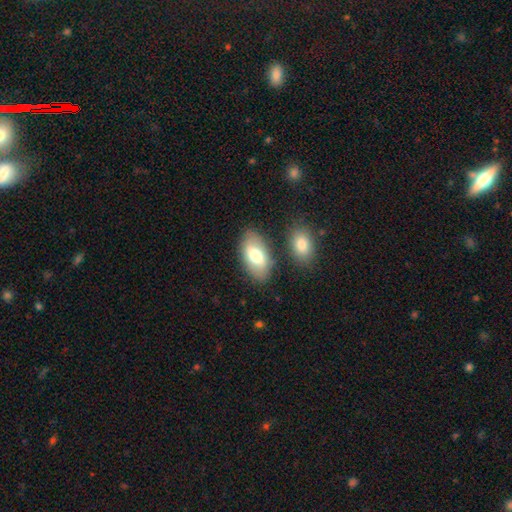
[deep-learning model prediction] Smooth or featured?
  - smooth: 71% *
  - featured or disk: 23%
  - star or artifact: 6%
How rounded?
  - in between: 94% *
  - round: 4%
  - cigar-shaped: 2%
Merging?
  - none: 78% *
  - minor disturbance: 12%
  - merger: 7%
  - major disturbance: 3%